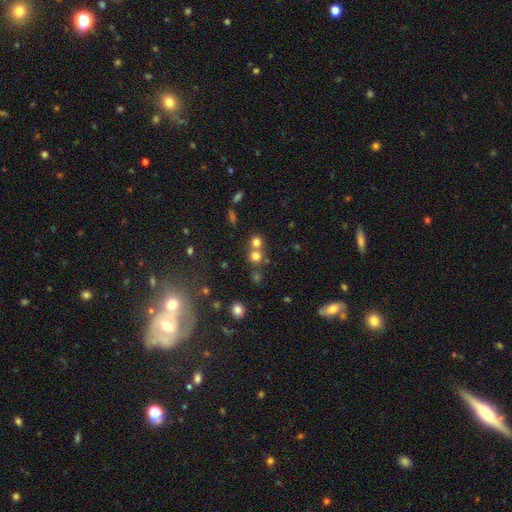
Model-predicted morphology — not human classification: A smooth galaxy with no disk features (71%) that is round (89%).

Vote fractions:
- Smooth or featured? smooth: 71% / star or artifact: 19% / featured or disk: 9%
- How rounded? round: 89% / in between: 10% / cigar-shaped: 1%
- Merging? none: 53% / merger: 39% / minor disturbance: 5% / major disturbance: 3%